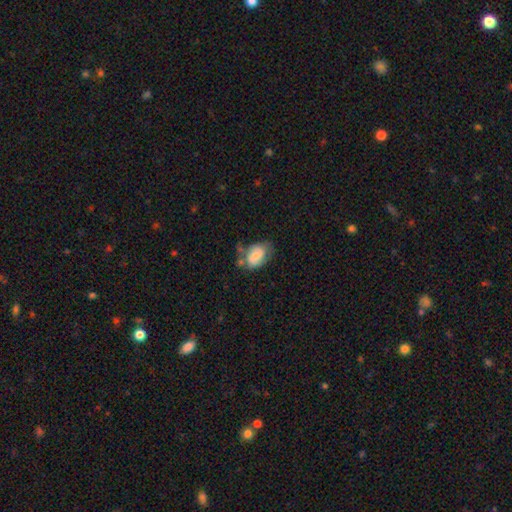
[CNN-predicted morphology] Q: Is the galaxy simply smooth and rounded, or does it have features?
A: smooth — 57%.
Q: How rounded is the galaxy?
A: in between — 80%.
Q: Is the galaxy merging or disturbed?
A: none — 43%.